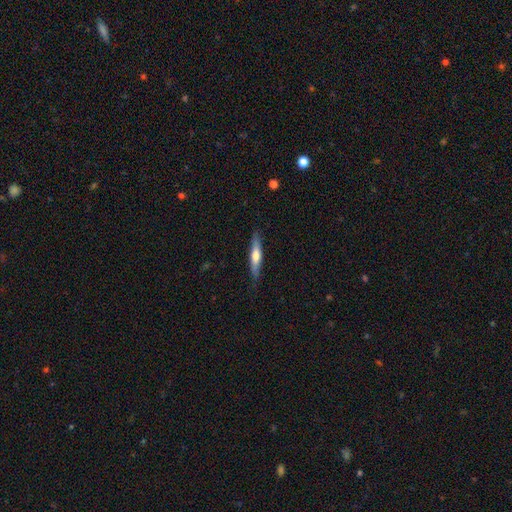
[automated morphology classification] type=smooth (50%); roundness=cigar-shaped (86%); merging=none (85%).